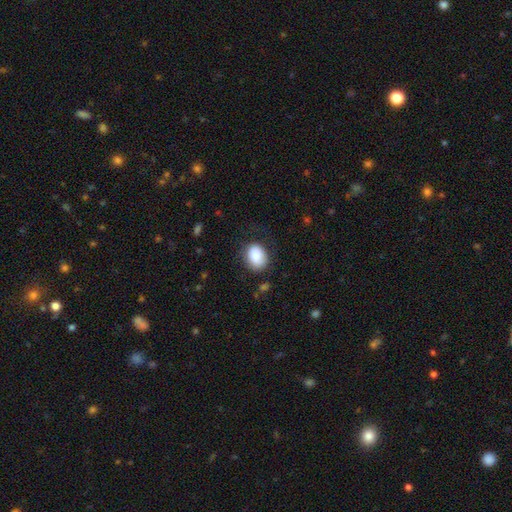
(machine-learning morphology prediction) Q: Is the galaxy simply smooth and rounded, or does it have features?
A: smooth — 85%.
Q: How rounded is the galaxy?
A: in between — 68%.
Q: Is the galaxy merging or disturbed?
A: none — 71%.